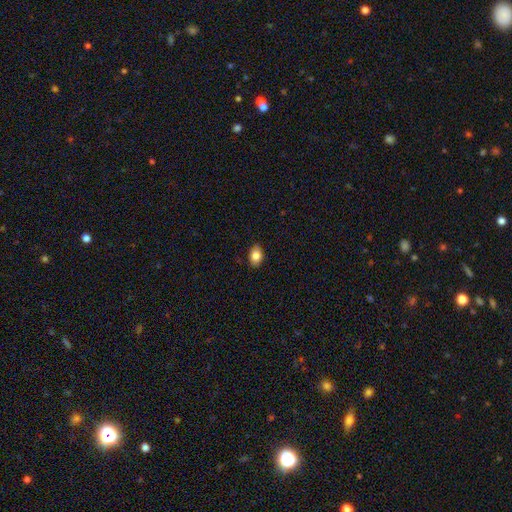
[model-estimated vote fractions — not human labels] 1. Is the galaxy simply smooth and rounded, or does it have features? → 83% smooth, 9% featured or disk, 8% star or artifact.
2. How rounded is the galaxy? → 80% in between, 19% round, 1% cigar-shaped.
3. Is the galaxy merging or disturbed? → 87% none, 10% minor disturbance, 2% major disturbance, 1% merger.